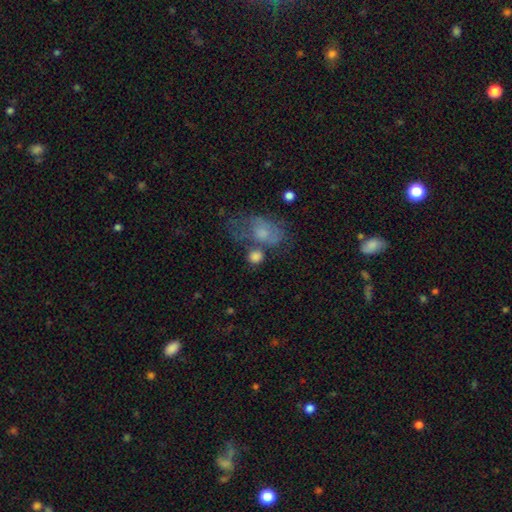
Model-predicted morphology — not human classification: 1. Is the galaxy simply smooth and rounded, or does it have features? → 69% smooth, 20% featured or disk, 11% star or artifact.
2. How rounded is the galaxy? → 52% round, 45% in between, 2% cigar-shaped.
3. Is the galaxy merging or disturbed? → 40% none, 26% merger, 18% minor disturbance, 16% major disturbance.